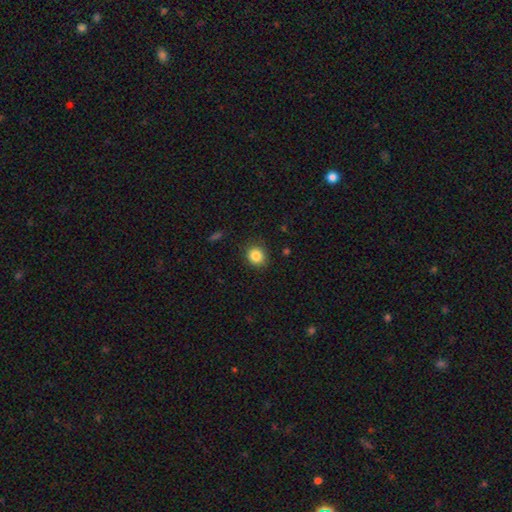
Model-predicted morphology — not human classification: Smooth or featured? Predicted: smooth (p=0.85). How rounded? Predicted: round (p=0.83). Merging? Predicted: none (p=0.87).